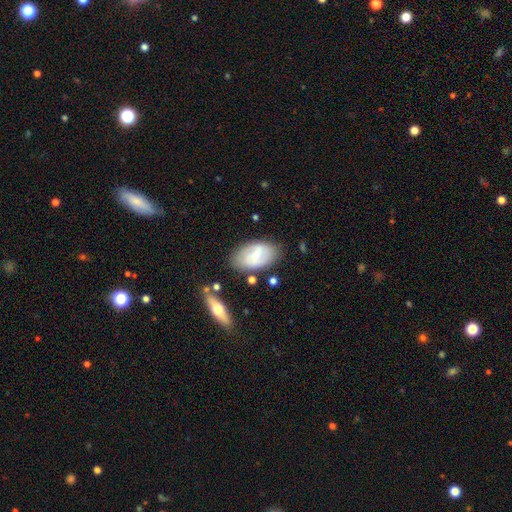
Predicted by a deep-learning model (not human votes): smooth 50%, featured or disk 43%, star or artifact 7%. Down the decision tree: how rounded — in between (92%); merging — none (72%).